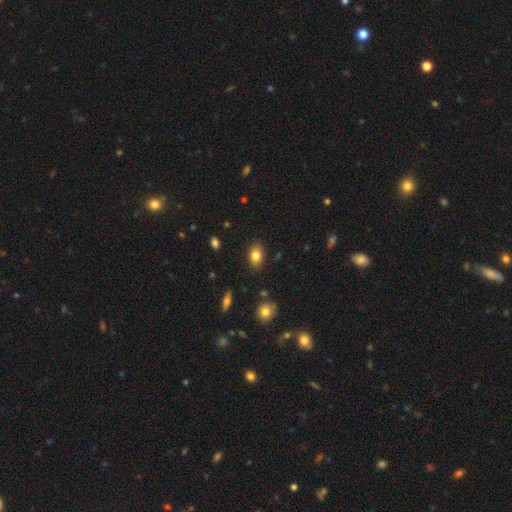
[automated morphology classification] A smooth galaxy with no disk features (81%) that is in between round and cigar-shaped (80%).

Vote fractions:
- Smooth or featured? smooth: 81% / featured or disk: 10% / star or artifact: 9%
- How rounded? in between: 80% / round: 18% / cigar-shaped: 1%
- Merging? none: 86% / minor disturbance: 10% / major disturbance: 2% / merger: 2%